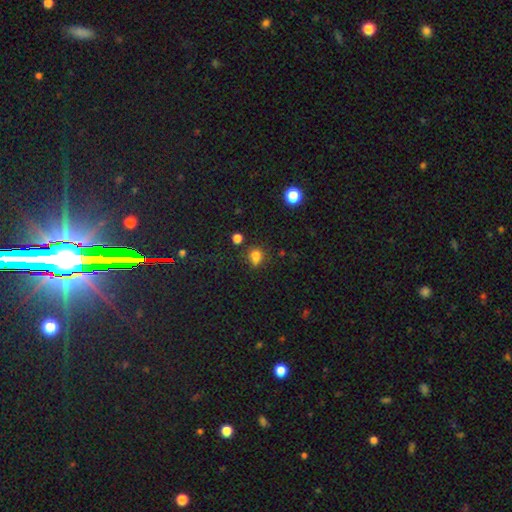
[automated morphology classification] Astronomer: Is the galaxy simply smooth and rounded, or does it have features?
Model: smooth — 74%.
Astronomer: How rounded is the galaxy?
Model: round — 60% (runner-up: in between, 38%).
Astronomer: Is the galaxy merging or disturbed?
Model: none — 53%.